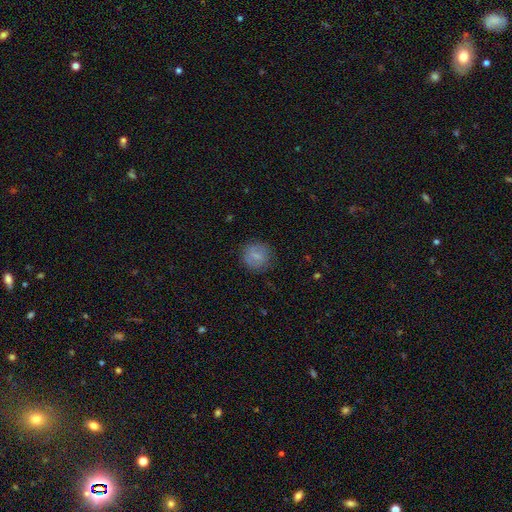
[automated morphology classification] smooth-or-featured: smooth: 71% | featured or disk: 21% | star or artifact: 8%
  how-rounded: round: 85% | in between: 13% | cigar-shaped: 1%
  merging: none: 80% | minor disturbance: 14% | major disturbance: 5% | merger: 1%